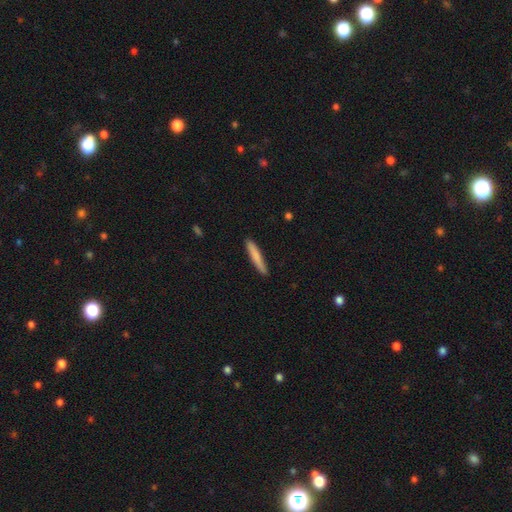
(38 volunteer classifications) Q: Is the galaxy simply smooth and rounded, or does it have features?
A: smooth — 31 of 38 (82%).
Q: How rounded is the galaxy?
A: cigar-shaped — 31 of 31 (100%).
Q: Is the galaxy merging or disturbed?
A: none — 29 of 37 (78%).